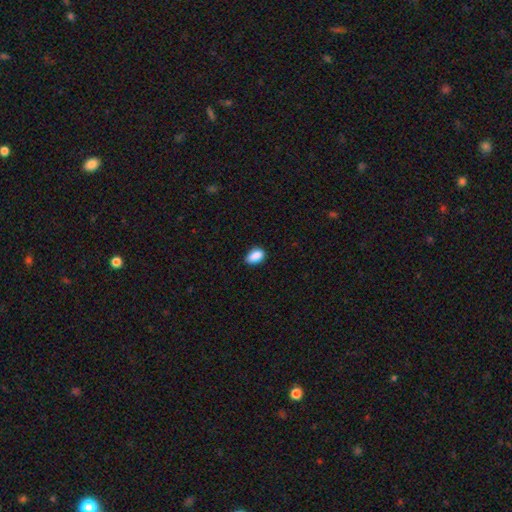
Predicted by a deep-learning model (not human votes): A smooth galaxy with no disk features (88%) that is in between round and cigar-shaped (89%). Merging: none (80%).